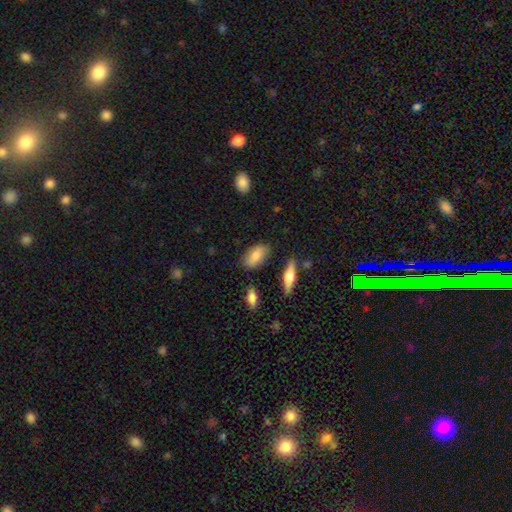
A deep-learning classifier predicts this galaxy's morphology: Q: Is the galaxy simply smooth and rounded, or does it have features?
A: smooth — 79%.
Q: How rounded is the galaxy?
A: in between — 89%.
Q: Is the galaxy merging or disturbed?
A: none — 78%.